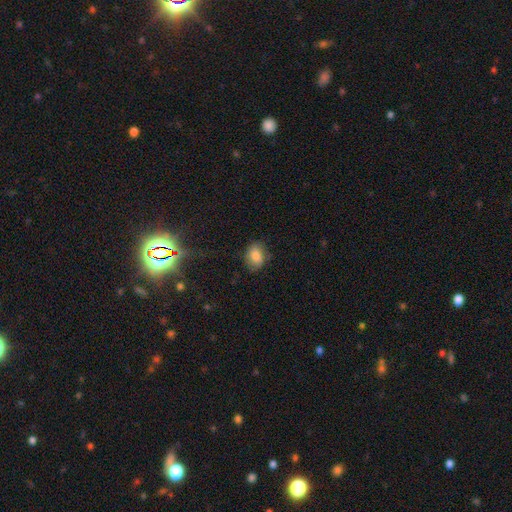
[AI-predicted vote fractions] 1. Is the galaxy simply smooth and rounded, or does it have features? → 82% smooth, 9% star or artifact, 9% featured or disk.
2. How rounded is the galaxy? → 69% in between, 30% round, 1% cigar-shaped.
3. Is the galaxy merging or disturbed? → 75% none, 19% minor disturbance, 5% major disturbance, 1% merger.